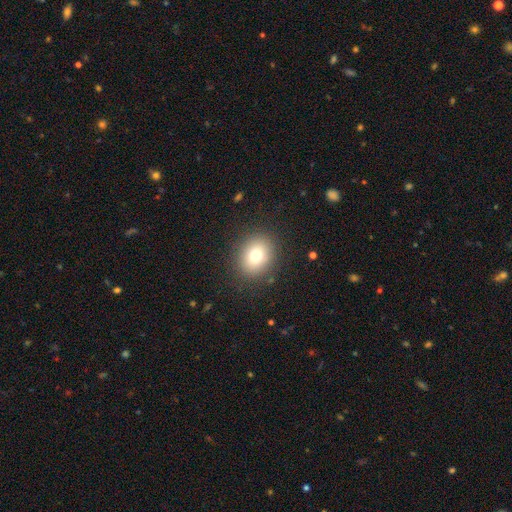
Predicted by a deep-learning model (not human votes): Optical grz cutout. It shows a smooth galaxy with no disk features (76%) that is round (62%). Merging: none (87%).